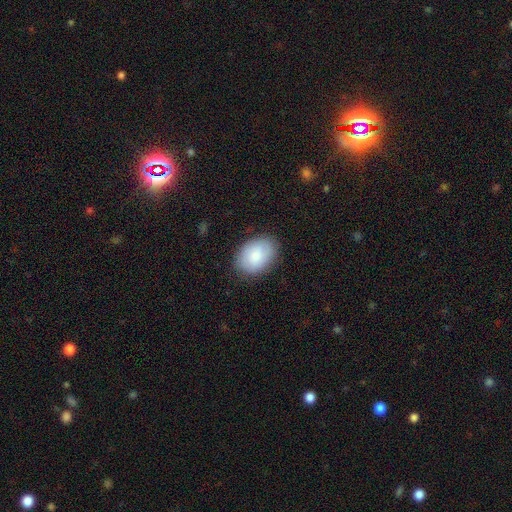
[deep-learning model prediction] A smooth galaxy with no disk features (82%) that is in between round and cigar-shaped (82%).

Vote fractions:
- Smooth or featured? smooth: 82% / featured or disk: 12% / star or artifact: 6%
- How rounded? in between: 82% / round: 17% / cigar-shaped: 1%
- Merging? none: 84% / minor disturbance: 12% / major disturbance: 3% / merger: 1%